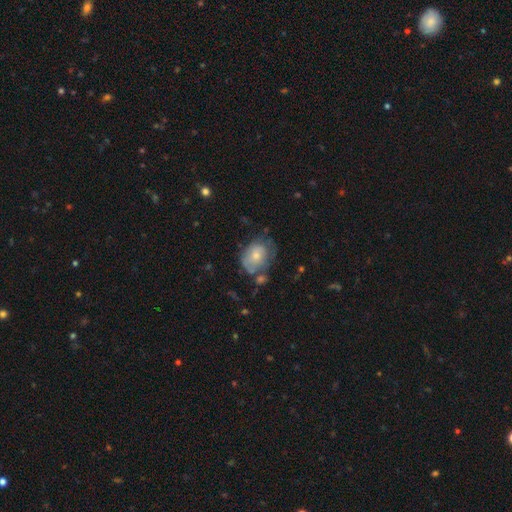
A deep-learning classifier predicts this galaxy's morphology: This is possibly a smooth galaxy (59%). How rounded: likely in between (62%). Merging: marginally none (40%).